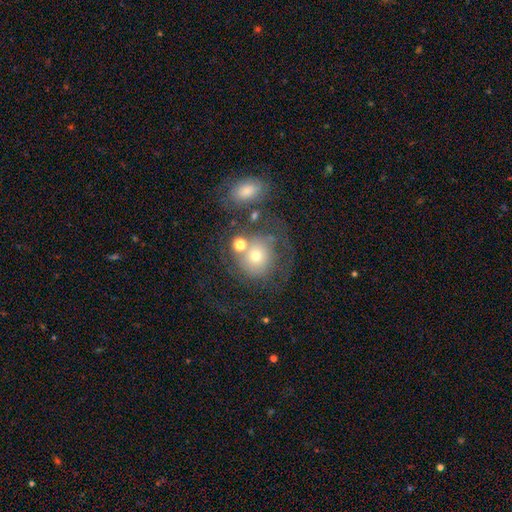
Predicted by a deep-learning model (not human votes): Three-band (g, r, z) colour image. It shows a smooth galaxy with no disk features (49%). Merging: none (42%).